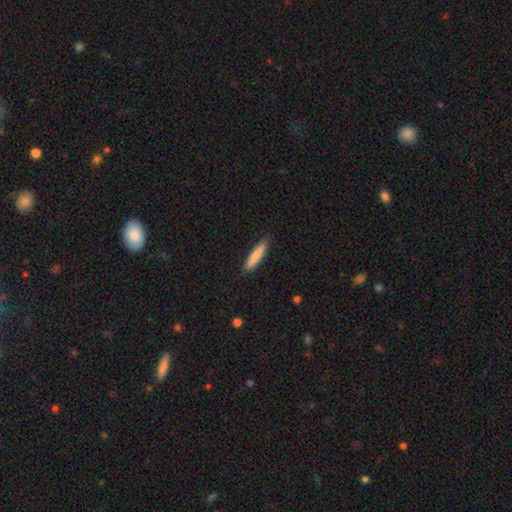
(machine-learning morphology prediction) The model was most divided on "smooth or featured": smooth: 83%, featured or disk: 11%, star or artifact: 6%. More confident: how rounded — cigar-shaped (88%); merging — none (88%).